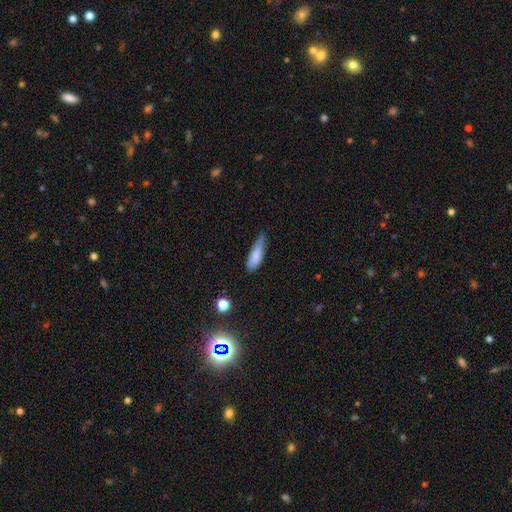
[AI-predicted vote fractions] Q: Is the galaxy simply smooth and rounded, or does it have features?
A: smooth — 80%.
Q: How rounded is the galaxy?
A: cigar-shaped — 50%.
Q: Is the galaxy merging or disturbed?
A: none — 49%.